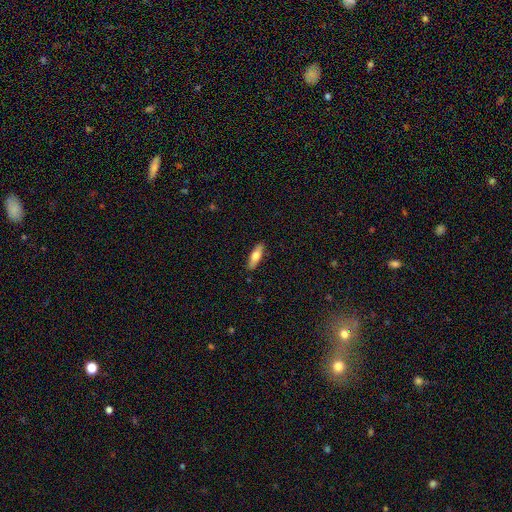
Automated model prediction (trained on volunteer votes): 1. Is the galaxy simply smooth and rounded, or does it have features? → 63% smooth, 31% featured or disk, 6% star or artifact.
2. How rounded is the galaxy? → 52% cigar-shaped, 46% in between, 2% round.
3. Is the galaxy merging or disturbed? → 88% none, 9% minor disturbance, 2% major disturbance, 1% merger.